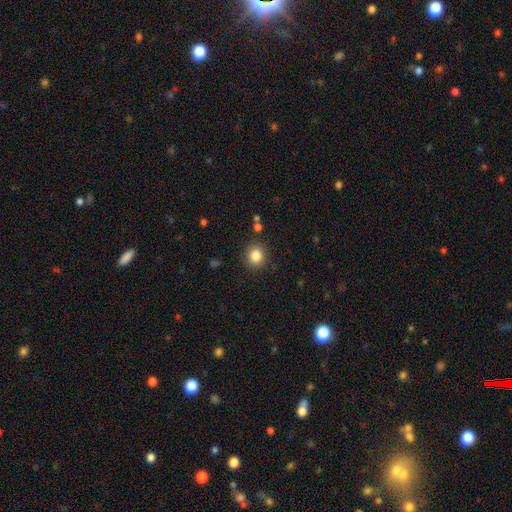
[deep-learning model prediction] Smooth or featured: smooth — 84% (star or artifact — 11%)
How rounded: round — 82% (in between — 17%)
Merging: none — 88% (minor disturbance — 8%)